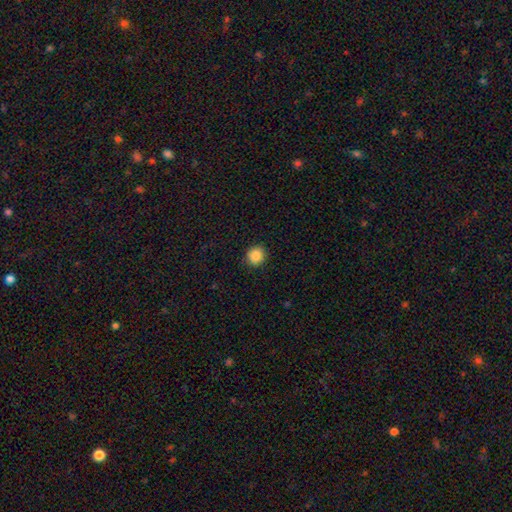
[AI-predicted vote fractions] The model was most divided on "smooth or featured": smooth: 87%, star or artifact: 10%, featured or disk: 3%. More confident: merging — none (91%); how rounded — round (89%).